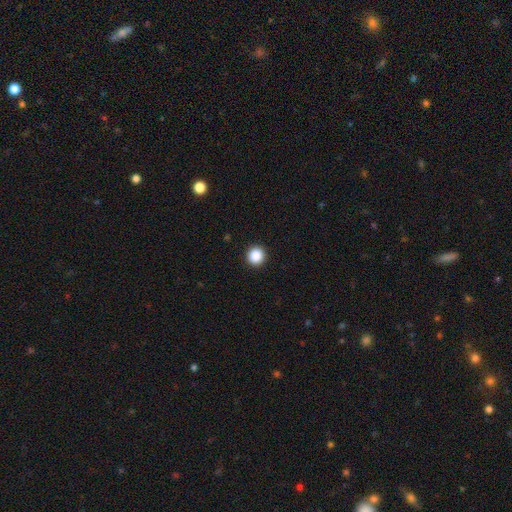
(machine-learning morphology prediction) Smooth or featured: smooth — 88% (star or artifact — 9%)
How rounded: round — 95% (in between — 4%)
Merging: none — 93% (minor disturbance — 4%)